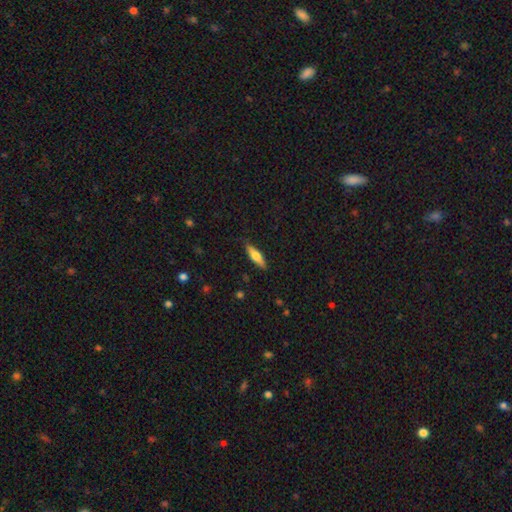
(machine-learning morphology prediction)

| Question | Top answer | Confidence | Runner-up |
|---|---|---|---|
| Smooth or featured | smooth | 61% | featured or disk (33%) |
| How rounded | cigar-shaped | 64% | in between (34%) |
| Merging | none | 85% | minor disturbance (11%) |